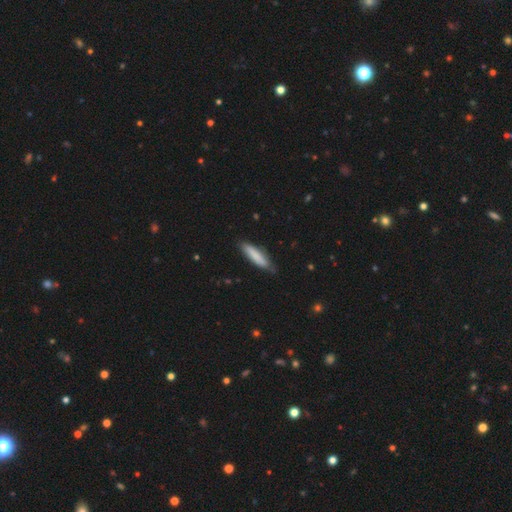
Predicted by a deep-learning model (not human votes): smooth_or_featured: smooth (p=0.82) [alt: featured or disk p=0.12]
how_rounded: cigar-shaped (p=0.74) [alt: in between p=0.25]
merging: none (p=0.78) [alt: minor disturbance p=0.18]